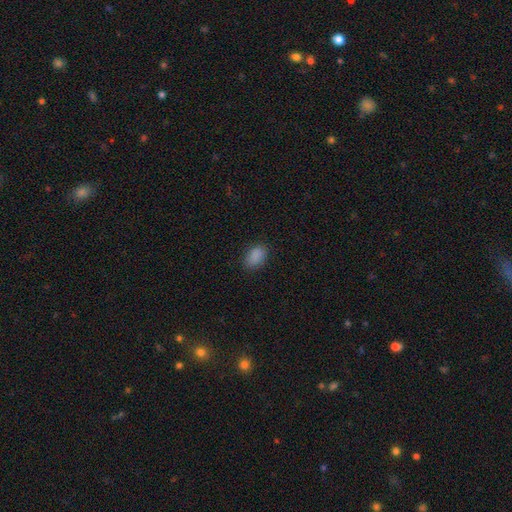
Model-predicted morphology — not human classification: Smooth or featured: smooth — 87% (star or artifact — 10%)
How rounded: in between — 87% (round — 12%)
Merging: none — 83% (minor disturbance — 13%)